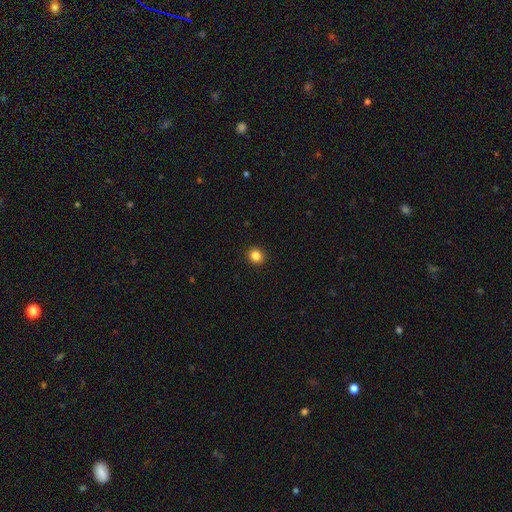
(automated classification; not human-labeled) Smooth or featured: smooth — 84% (star or artifact — 11%)
How rounded: round — 88% (in between — 11%)
Merging: none — 93% (minor disturbance — 5%)